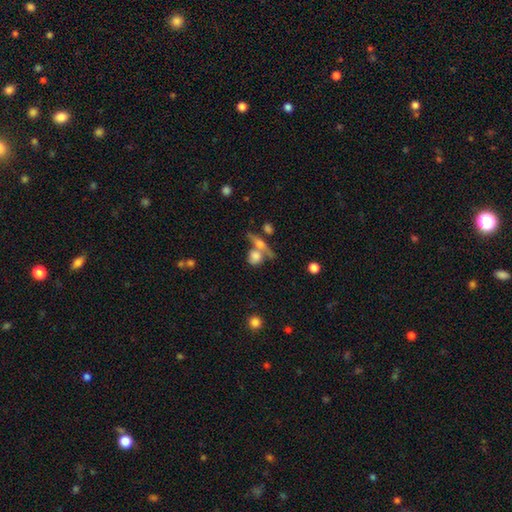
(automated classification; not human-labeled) smooth-or-featured: smooth: 67% | featured or disk: 22% | star or artifact: 11%
  how-rounded: round: 57% | in between: 34% | cigar-shaped: 9%
  merging: merger: 42% | none: 38% | minor disturbance: 12% | major disturbance: 8%